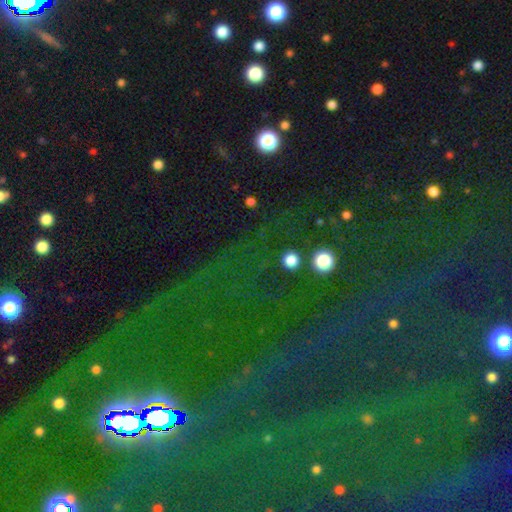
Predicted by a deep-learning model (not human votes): Smooth or featured?
  - star or artifact: 80% *
  - smooth: 12%
  - featured or disk: 8%